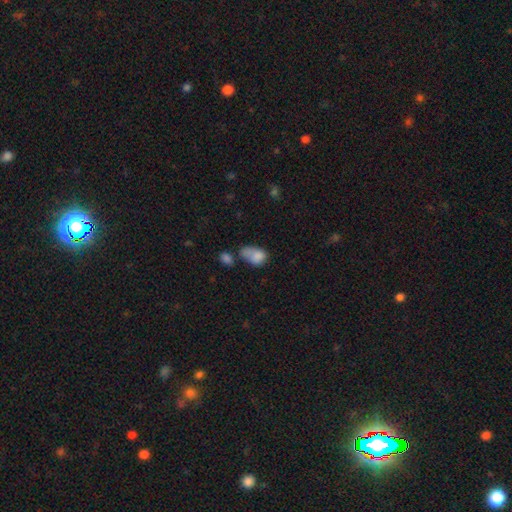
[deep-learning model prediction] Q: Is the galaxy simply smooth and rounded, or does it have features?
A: smooth — 79%.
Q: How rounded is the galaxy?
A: in between — 80%.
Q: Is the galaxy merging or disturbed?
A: merger — 39%.